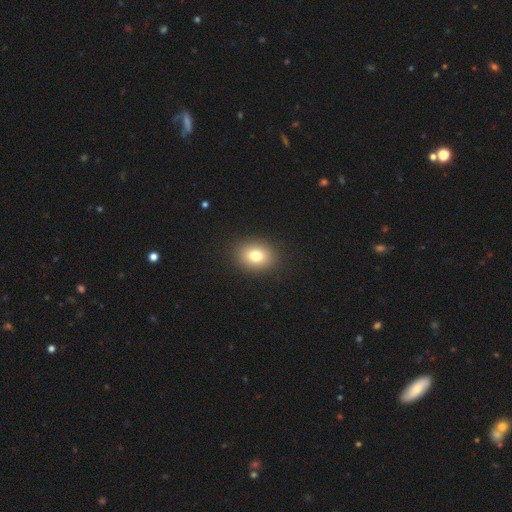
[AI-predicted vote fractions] Smooth or featured: smooth — 78% (star or artifact — 11%)
How rounded: in between — 59% (round — 40%)
Merging: none — 90% (minor disturbance — 6%)